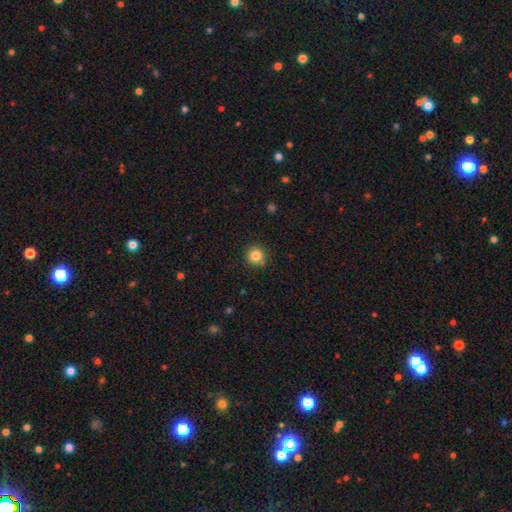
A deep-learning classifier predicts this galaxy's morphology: This is clearly a smooth galaxy (84%). How rounded: clearly round (93%). Merging: clearly none (87%).